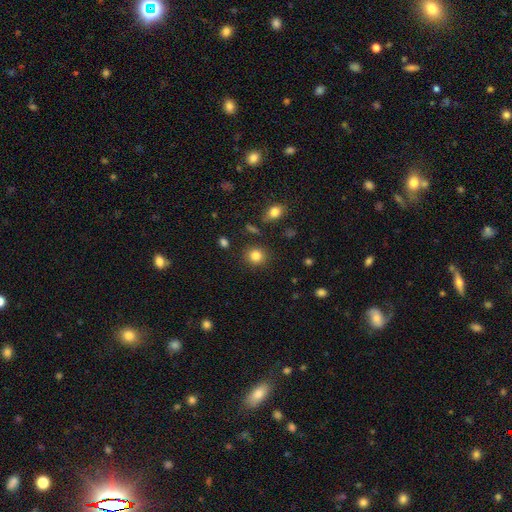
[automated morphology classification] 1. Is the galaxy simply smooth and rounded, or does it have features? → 84% smooth, 11% star or artifact, 5% featured or disk.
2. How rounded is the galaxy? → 84% round, 15% in between, 1% cigar-shaped.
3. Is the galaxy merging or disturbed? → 87% none, 8% minor disturbance, 3% major disturbance, 3% merger.